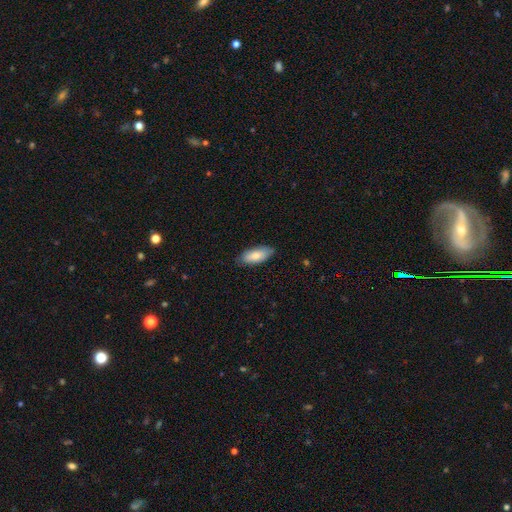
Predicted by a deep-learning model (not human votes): A smooth galaxy with no disk features (78%) that is in between round and cigar-shaped (85%). Merging: none (82%).